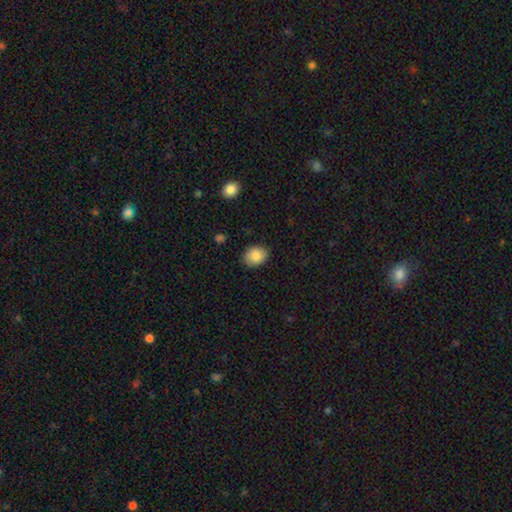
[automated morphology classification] Smooth or featured? Predicted: smooth (p=0.87). How rounded? Predicted: in between (p=0.59). Merging? Predicted: none (p=0.84).